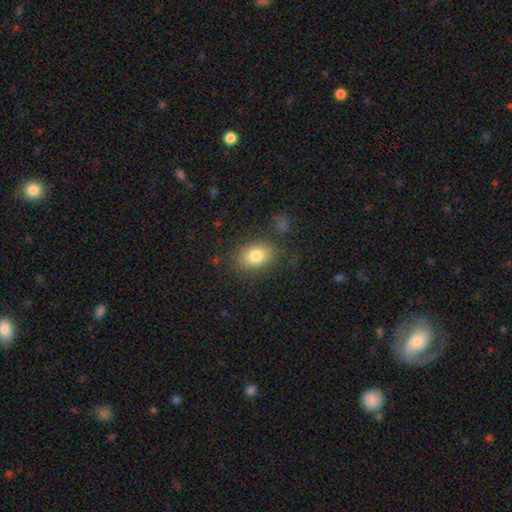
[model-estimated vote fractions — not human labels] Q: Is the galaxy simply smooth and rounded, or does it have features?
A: smooth — 81%.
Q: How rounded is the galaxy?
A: in between — 67%.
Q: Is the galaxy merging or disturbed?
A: none — 78%.